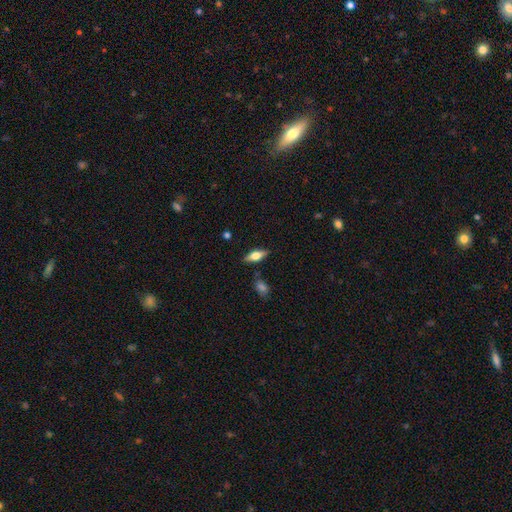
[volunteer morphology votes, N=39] smooth_or_featured: featured or disk (p=0.85) [alt: smooth p=0.10]
disk_edge_on: yes (p=0.94) [alt: no p=0.06]
edge_on_bulge: rounded (p=0.87) [alt: boxy p=0.13]
merging: none (p=0.89) [alt: minor disturbance p=0.05]